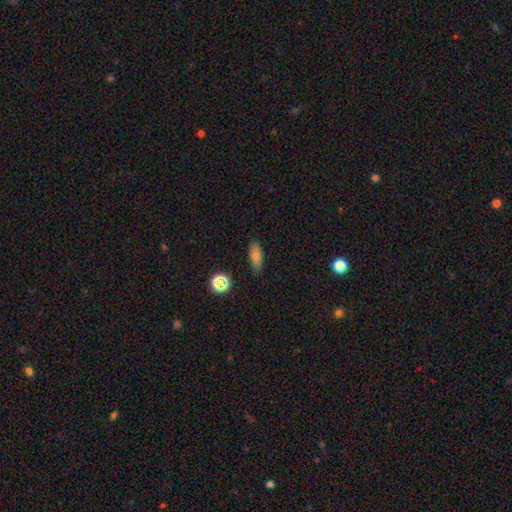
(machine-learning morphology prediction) type=smooth (76%); roundness=in between (74%); merging=none (81%).